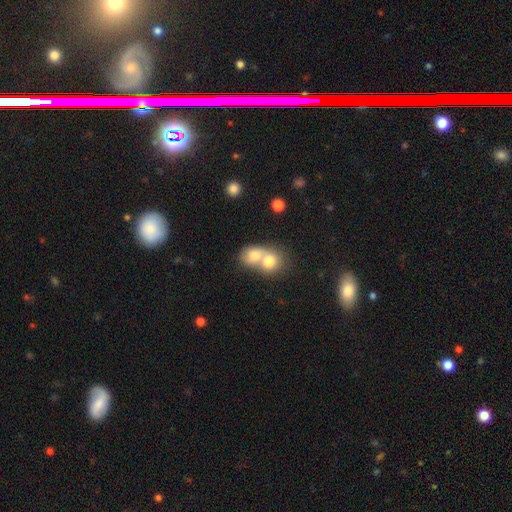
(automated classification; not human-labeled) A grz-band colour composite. It shows a smooth galaxy with no disk features (70%) that is round (60%). Merging: merger (72%).